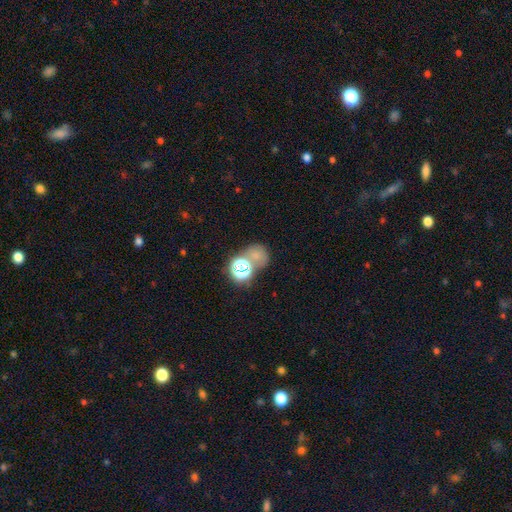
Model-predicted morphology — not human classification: Smooth or featured?
  - smooth: 55% *
  - star or artifact: 33%
  - featured or disk: 13%
How rounded?
  - round: 67% *
  - in between: 31%
  - cigar-shaped: 1%
Merging?
  - none: 43% *
  - merger: 32%
  - minor disturbance: 13%
  - major disturbance: 12%